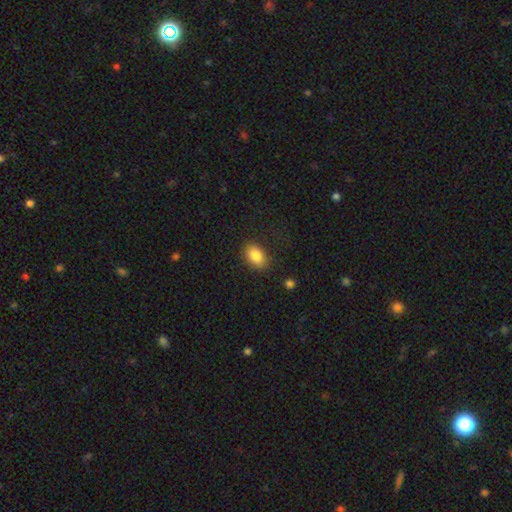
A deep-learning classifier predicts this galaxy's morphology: Smooth or featured? Predicted: smooth (p=0.85). How rounded? Predicted: in between (p=0.87). Merging? Predicted: none (p=0.83).